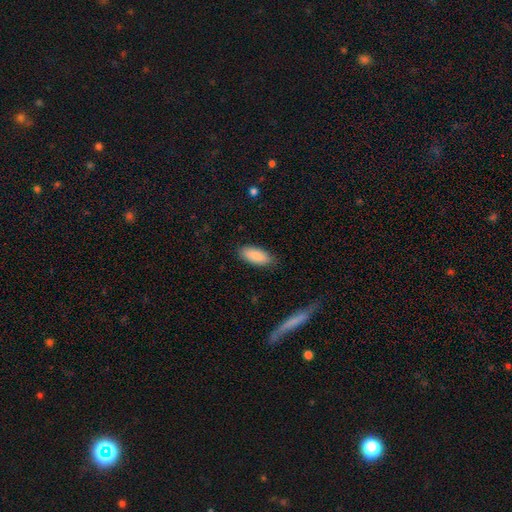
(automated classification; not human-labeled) smooth 88%, featured or disk 6%, star or artifact 6%. Down the decision tree: how rounded — in between (86%); merging — none (85%).